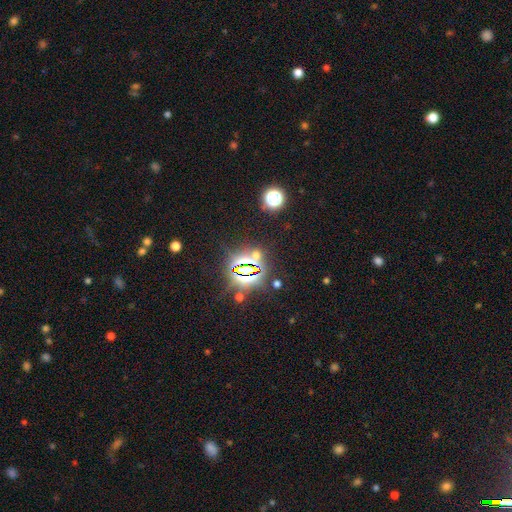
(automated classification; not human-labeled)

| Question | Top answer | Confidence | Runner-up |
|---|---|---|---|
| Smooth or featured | star or artifact | 75% | smooth (17%) |